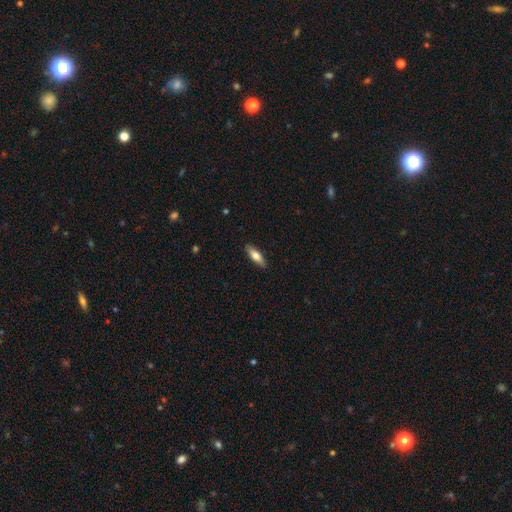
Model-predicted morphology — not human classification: Q: Smooth or featured?
A: smooth (71%); runner-up: featured or disk (23%)
Q: How rounded?
A: in between (49%); tied with: cigar-shaped (49%)
Q: Merging?
A: none (89%); runner-up: minor disturbance (9%)